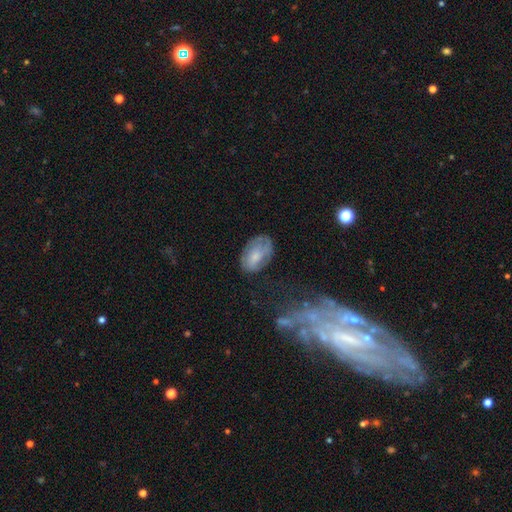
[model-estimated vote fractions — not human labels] The model was most divided on "smooth or featured": smooth: 60%, featured or disk: 33%, star or artifact: 8%. More confident: how rounded — in between (90%); merging — none (61%).